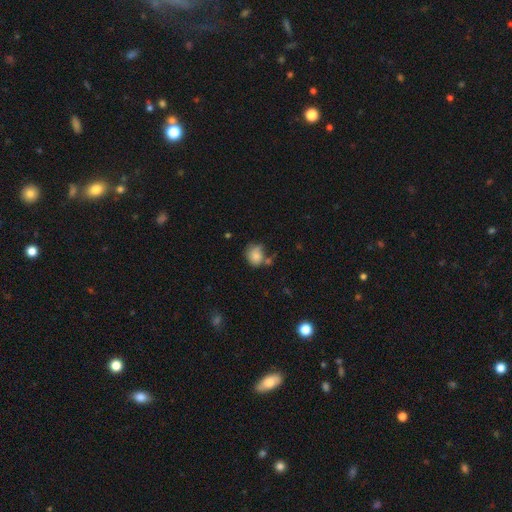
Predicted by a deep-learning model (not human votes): smooth 80%, featured or disk 11%, star or artifact 9%. Down the decision tree: how rounded — round (60%); merging — none (46%).